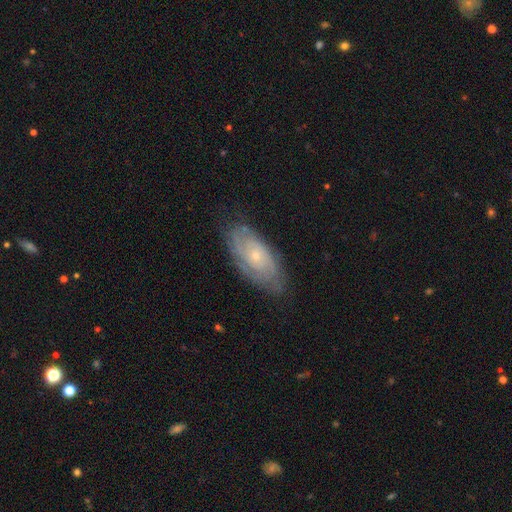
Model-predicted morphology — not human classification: This appears to be a featured or disk galaxy (71%) with no bar (80%), tight (68%) spiral arms (87%) and a small central bulge (73%). Merging: none (75%).